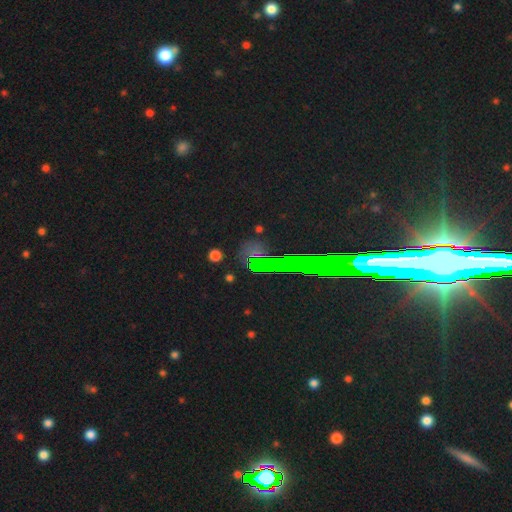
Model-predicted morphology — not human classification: A star or artifact, not a galaxy (56%).

Vote fractions:
- Smooth or featured? star or artifact: 56% / smooth: 29% / featured or disk: 14%